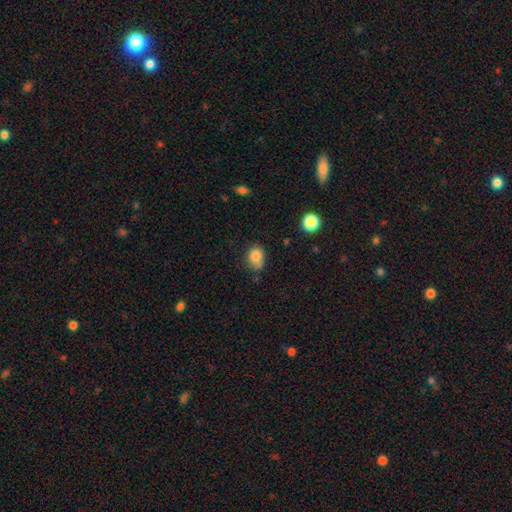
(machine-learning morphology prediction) Q: Smooth or featured?
A: smooth (82%); runner-up: star or artifact (10%)
Q: How rounded?
A: in between (52%); runner-up: round (47%)
Q: Merging?
A: none (56%); runner-up: minor disturbance (30%)